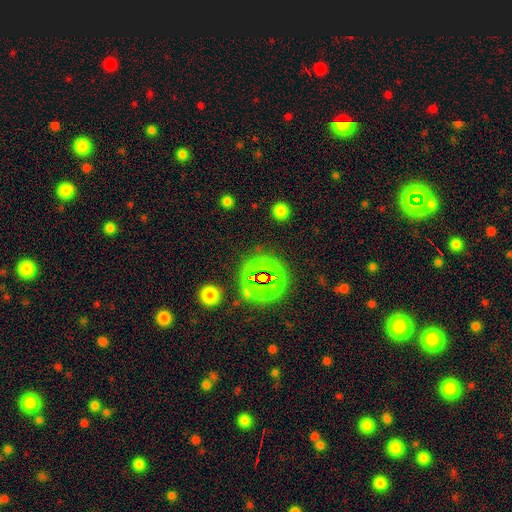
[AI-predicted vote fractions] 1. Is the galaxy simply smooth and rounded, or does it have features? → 70% star or artifact, 18% smooth, 12% featured or disk.